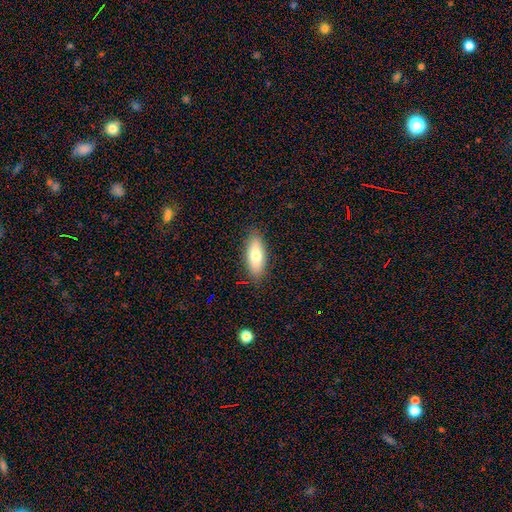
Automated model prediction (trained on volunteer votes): Overall: smooth (73%). How rounded: in between (71%). Merging: none (88%).